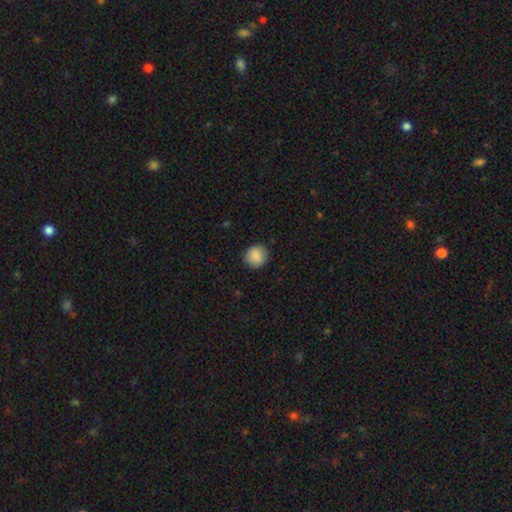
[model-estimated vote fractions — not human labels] smooth-or-featured: smooth: 88% | star or artifact: 8% | featured or disk: 4%
  how-rounded: round: 90% | in between: 9% | cigar-shaped: 1%
  merging: none: 90% | minor disturbance: 7% | major disturbance: 2% | merger: 1%